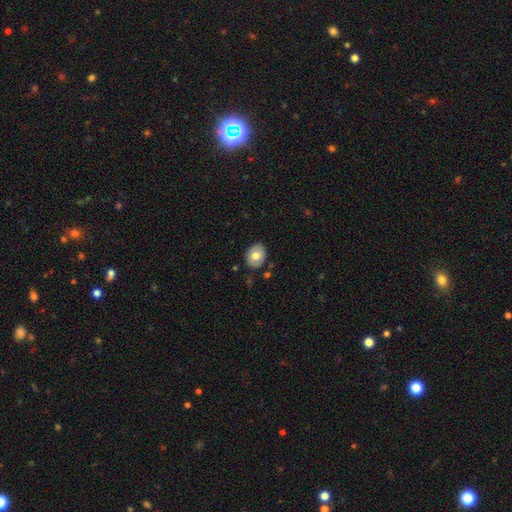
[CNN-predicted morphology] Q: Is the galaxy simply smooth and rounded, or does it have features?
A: smooth — 67%.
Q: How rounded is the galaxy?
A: in between — 59%.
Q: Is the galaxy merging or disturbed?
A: none — 83%.